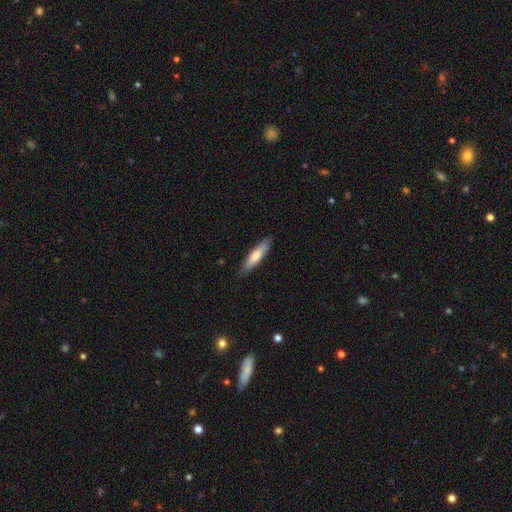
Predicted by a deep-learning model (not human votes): This appears to be a smooth galaxy with no disk features (71%) that is cigar-shaped (75%). Merging: none (86%).